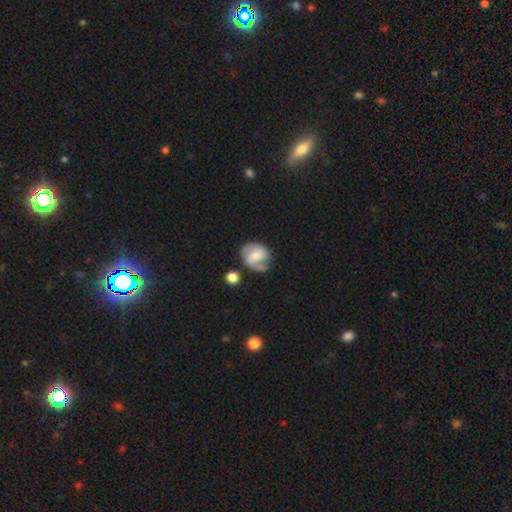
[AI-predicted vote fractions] Smooth or featured? featured or disk (54%)
Edge-on disk? no (97%)
Bar? weak (43%)
Spiral arms? yes (82%)
Bulge size? moderate (42%)
Merging? none (53%)